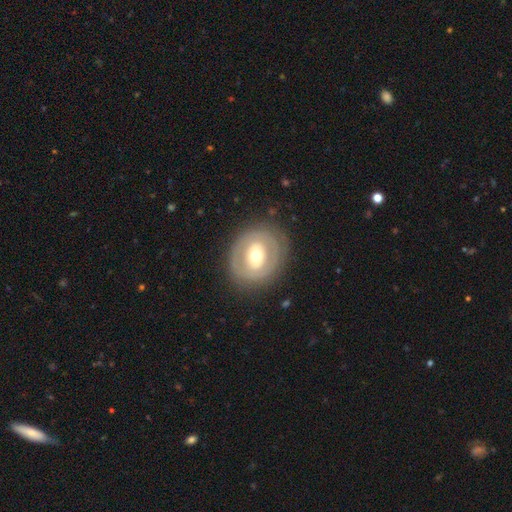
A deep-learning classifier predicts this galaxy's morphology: The model was most divided on "smooth or featured": featured or disk: 55%, smooth: 38%, star or artifact: 6%. More confident: edge-on disk — no (94%); spiral arms — no (83%); merging — none (81%); bulge size — moderate (70%); bar — no (64%).